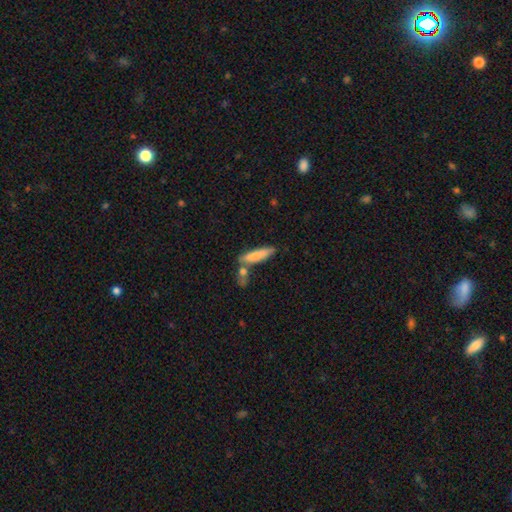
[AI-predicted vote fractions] Overall: smooth (78%). How rounded: cigar-shaped (78%). Merging: none (63%).